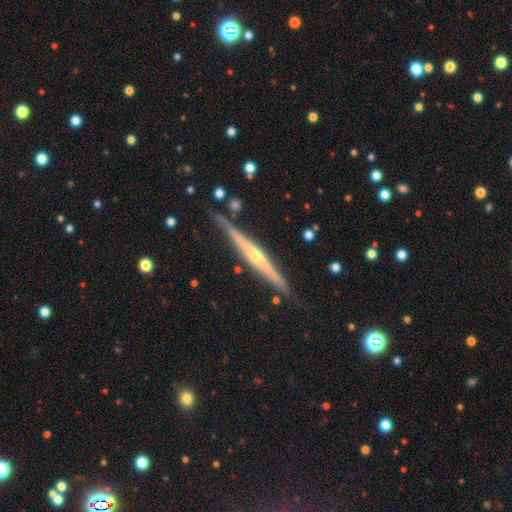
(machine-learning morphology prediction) A featured or disk galaxy (82%) viewed edge-on (98%) with a rounded central bulge (77%). Merging: none (85%).